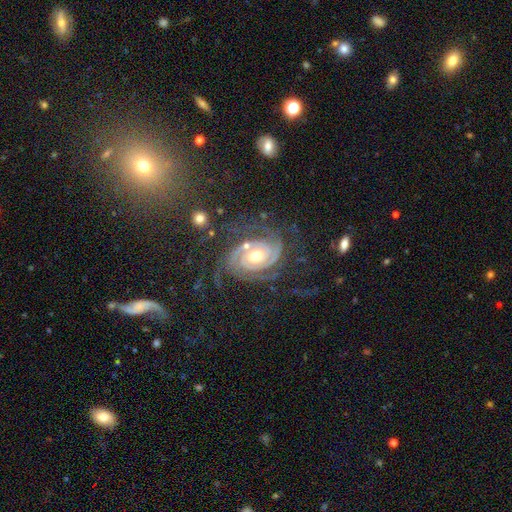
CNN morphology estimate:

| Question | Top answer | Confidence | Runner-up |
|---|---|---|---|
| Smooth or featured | featured or disk | 88% | star or artifact (7%) |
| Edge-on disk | no | 97% | yes (3%) |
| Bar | no | 69% | weak (21%) |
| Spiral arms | yes | 98% | no (2%) |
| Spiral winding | tight | 76% | medium (20%) |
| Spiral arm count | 2 | 53% | 3 (19%) |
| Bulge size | moderate | 67% | small (26%) |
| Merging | none | 70% | minor disturbance (16%) |